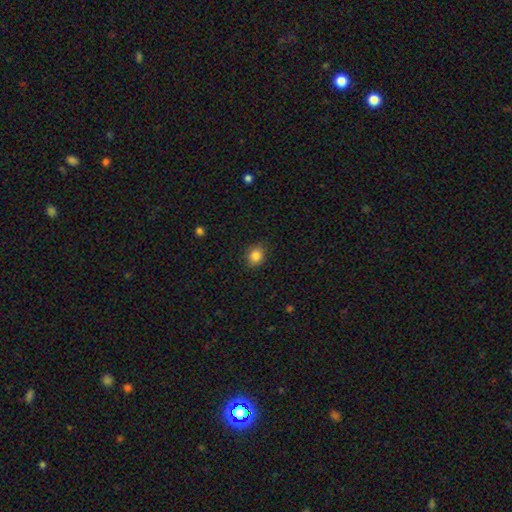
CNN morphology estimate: A smooth galaxy with no disk features (85%) that is round (69%).

Vote fractions:
- Smooth or featured? smooth: 85% / star or artifact: 10% / featured or disk: 5%
- How rounded? round: 69% / in between: 30% / cigar-shaped: 1%
- Merging? none: 87% / minor disturbance: 10% / major disturbance: 2% / merger: 1%